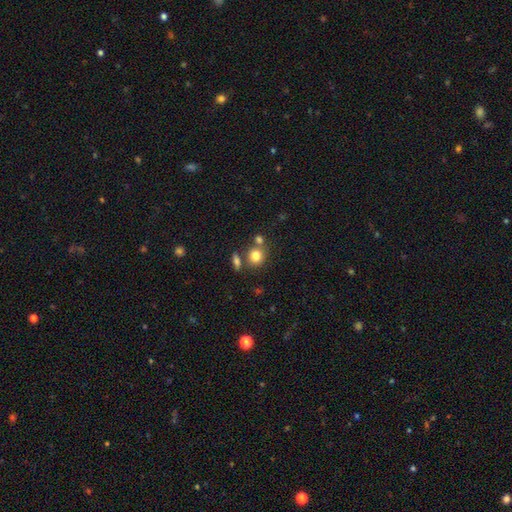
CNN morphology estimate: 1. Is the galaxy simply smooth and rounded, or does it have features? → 81% smooth, 11% star or artifact, 8% featured or disk.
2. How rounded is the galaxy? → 77% round, 21% in between, 1% cigar-shaped.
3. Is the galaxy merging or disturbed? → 63% none, 23% merger, 10% minor disturbance, 4% major disturbance.